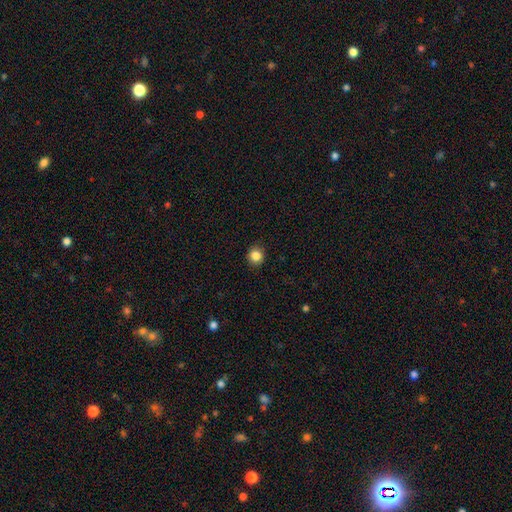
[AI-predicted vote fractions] Smooth or featured? Predicted: smooth (p=0.85). How rounded? Predicted: round (p=0.89). Merging? Predicted: none (p=0.91).